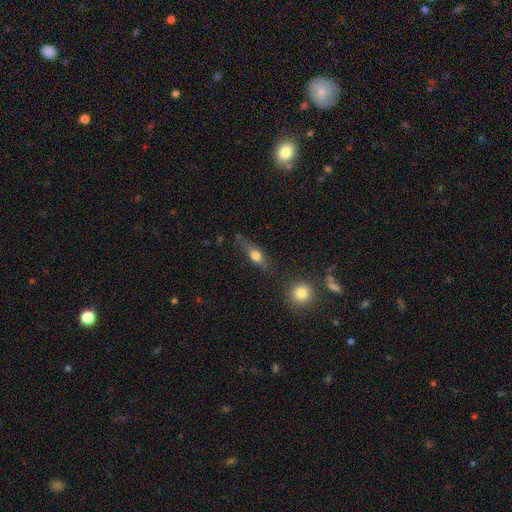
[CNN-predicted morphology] Smooth or featured?
  - smooth: 61% *
  - featured or disk: 29%
  - star or artifact: 9%
How rounded?
  - in between: 53% *
  - cigar-shaped: 37%
  - round: 10%
Merging?
  - none: 62% *
  - minor disturbance: 23%
  - major disturbance: 9%
  - merger: 6%